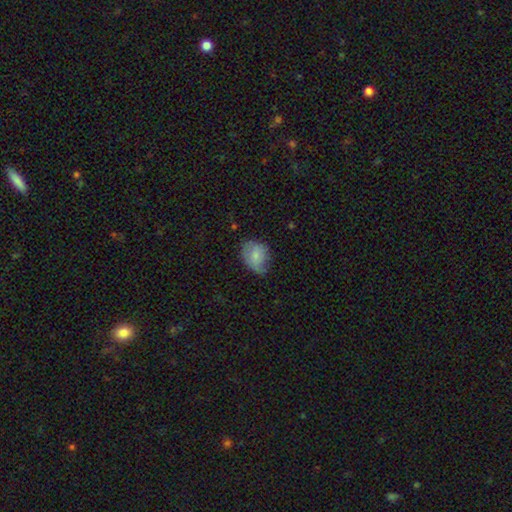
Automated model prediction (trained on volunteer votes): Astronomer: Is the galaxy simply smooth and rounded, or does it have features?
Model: smooth — 74%.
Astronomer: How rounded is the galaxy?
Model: in between — 69%.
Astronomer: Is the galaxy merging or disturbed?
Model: none — 52% (runner-up: minor disturbance, 36%).